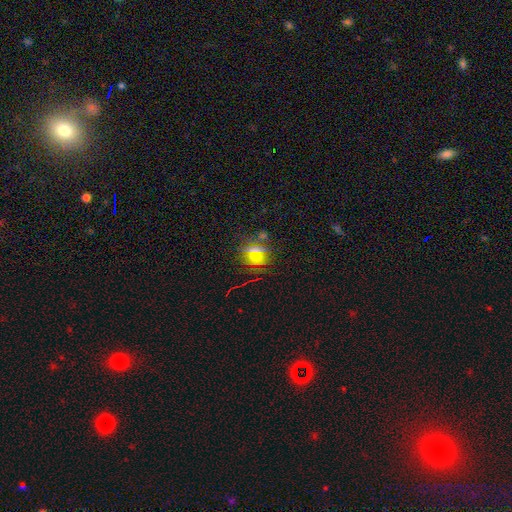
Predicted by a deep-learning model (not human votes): Overall: smooth (52%; star or artifact 35%). How rounded: round (78%). Merging: none (76%).